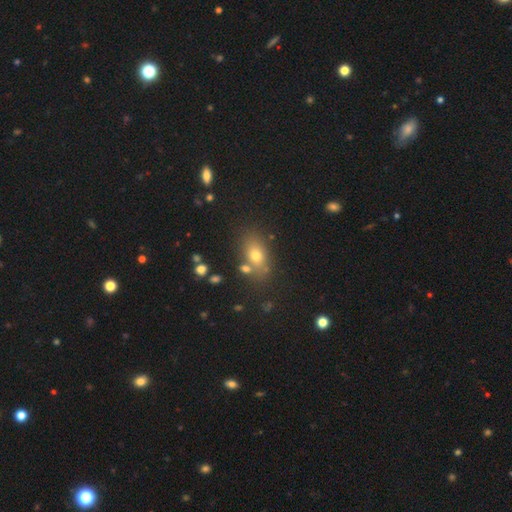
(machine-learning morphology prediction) This is likely a smooth galaxy (68%). How rounded: likely in between (76%). Merging: likely none (73%).